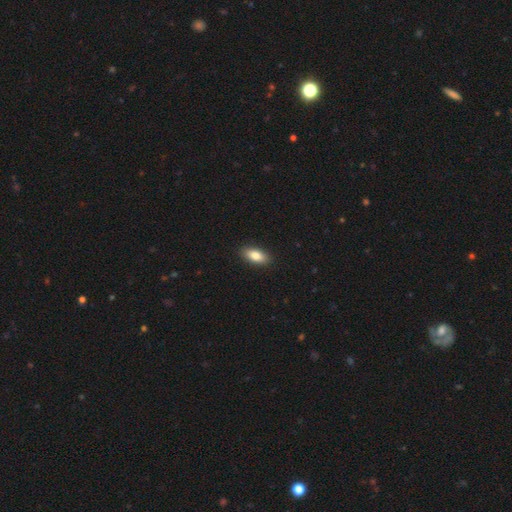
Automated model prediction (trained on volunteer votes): Q: Smooth or featured?
A: smooth (83%); runner-up: featured or disk (11%)
Q: How rounded?
A: in between (85%); runner-up: cigar-shaped (12%)
Q: Merging?
A: none (90%); runner-up: minor disturbance (7%)